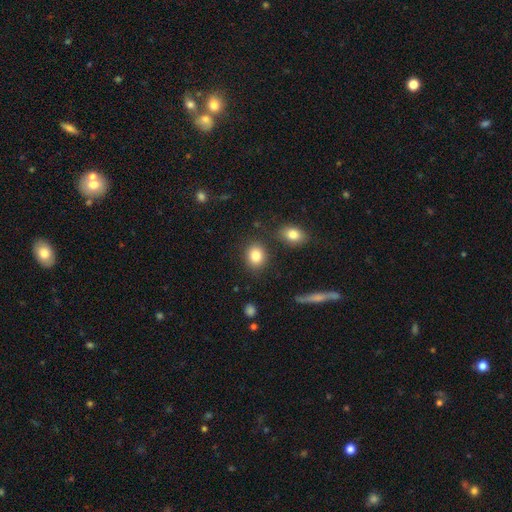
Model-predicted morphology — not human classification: This is clearly a smooth galaxy (84%). How rounded: possibly round (59%). Merging: clearly none (83%).